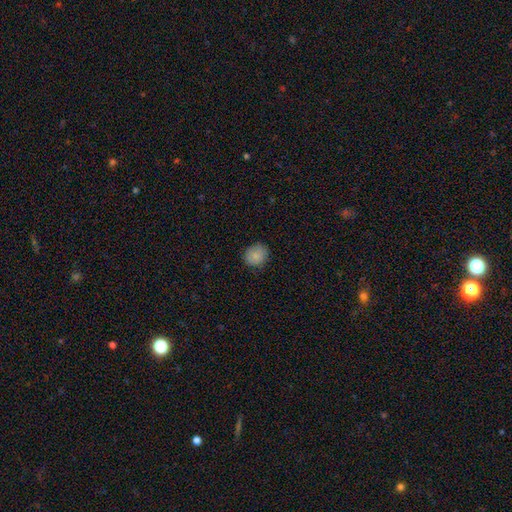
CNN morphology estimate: smooth_or_featured: smooth (p=0.86) [alt: star or artifact p=0.09]
how_rounded: round (p=0.78) [alt: in between p=0.21]
merging: none (p=0.84) [alt: minor disturbance p=0.12]